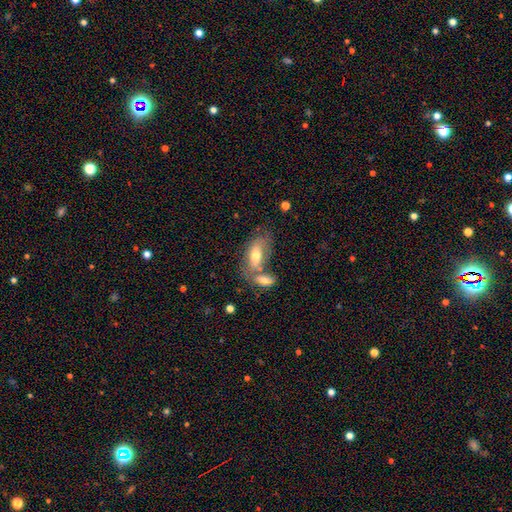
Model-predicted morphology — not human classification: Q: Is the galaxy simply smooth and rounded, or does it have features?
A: smooth — 61%.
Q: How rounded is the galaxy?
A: in between — 86%.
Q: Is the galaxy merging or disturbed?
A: merger — 40%.